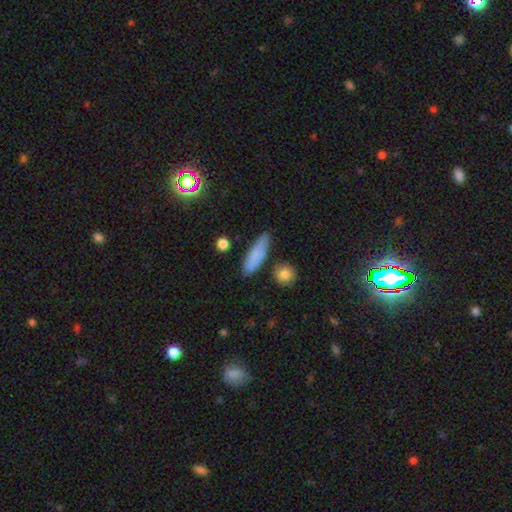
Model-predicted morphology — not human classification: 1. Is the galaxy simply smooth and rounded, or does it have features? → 78% smooth, 14% featured or disk, 8% star or artifact.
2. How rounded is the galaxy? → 57% cigar-shaped, 40% in between, 3% round.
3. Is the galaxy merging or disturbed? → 73% none, 19% minor disturbance, 5% merger, 4% major disturbance.